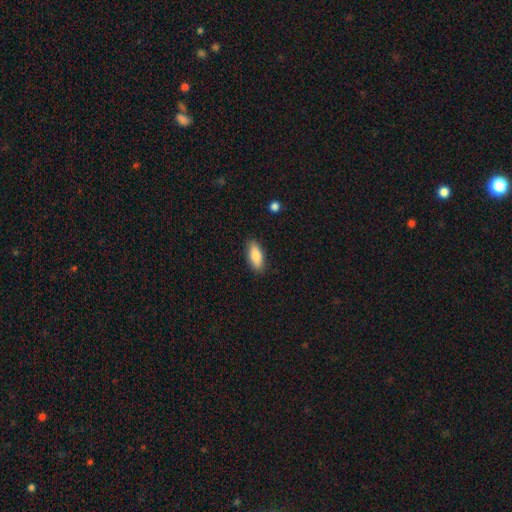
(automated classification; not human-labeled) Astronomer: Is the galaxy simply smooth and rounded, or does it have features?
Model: smooth — 83%.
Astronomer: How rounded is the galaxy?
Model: in between — 80%.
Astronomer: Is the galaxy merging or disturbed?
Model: none — 87%.